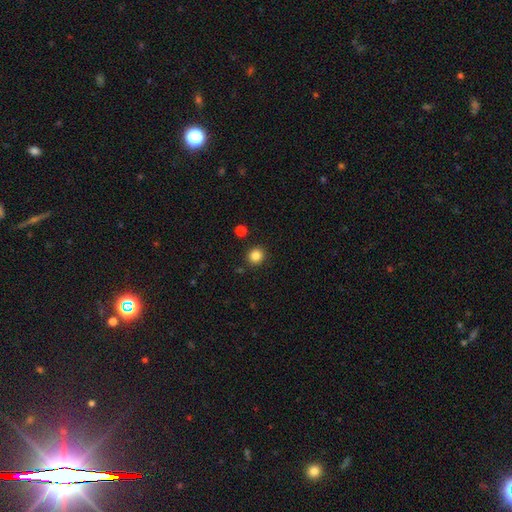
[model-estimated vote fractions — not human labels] Smooth or featured: smooth — 84% (star or artifact — 12%)
How rounded: round — 90% (in between — 10%)
Merging: none — 89% (minor disturbance — 6%)